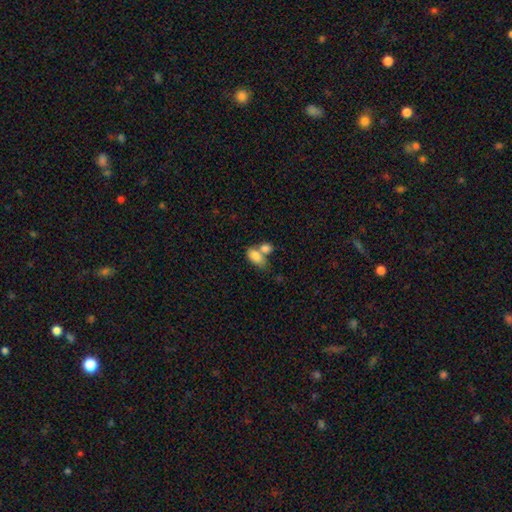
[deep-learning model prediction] Morphology: type=smooth (82%); roundness=in between (90%); merging=merger (56%).